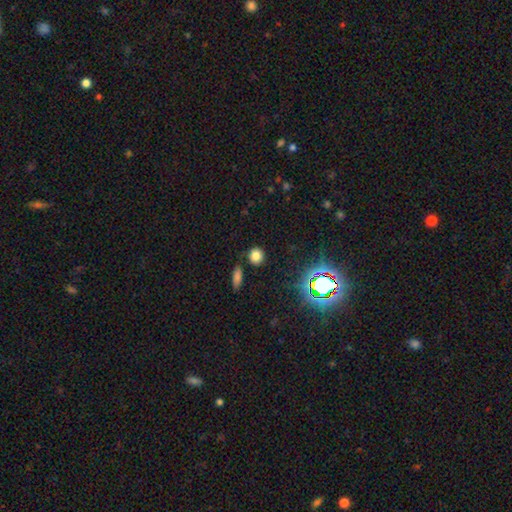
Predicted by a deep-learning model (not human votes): Smooth or featured? smooth (76%)
How rounded? round (84%)
Merging? none (83%)